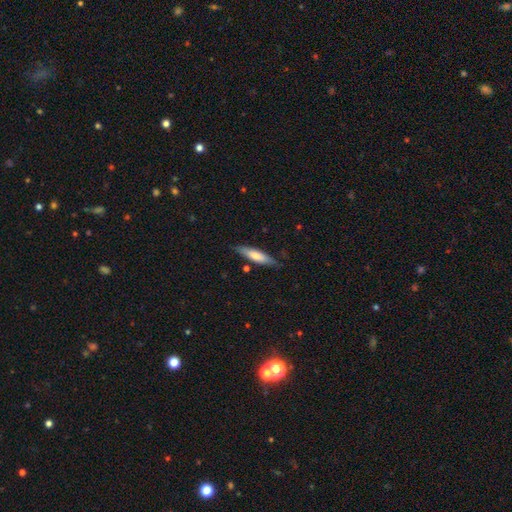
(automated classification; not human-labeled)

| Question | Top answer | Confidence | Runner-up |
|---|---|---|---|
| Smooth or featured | smooth | 62% | featured or disk (33%) |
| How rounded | cigar-shaped | 76% | in between (23%) |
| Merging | none | 82% | minor disturbance (14%) |